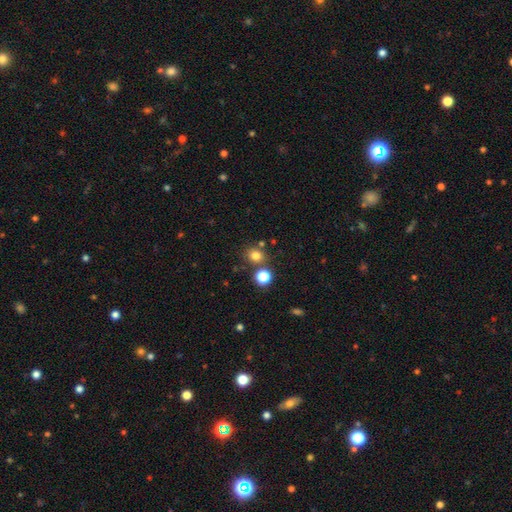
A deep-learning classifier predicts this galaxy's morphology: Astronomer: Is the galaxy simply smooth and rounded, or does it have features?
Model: smooth — 77%.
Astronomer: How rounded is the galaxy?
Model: round — 75%.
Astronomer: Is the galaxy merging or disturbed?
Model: none — 74%.